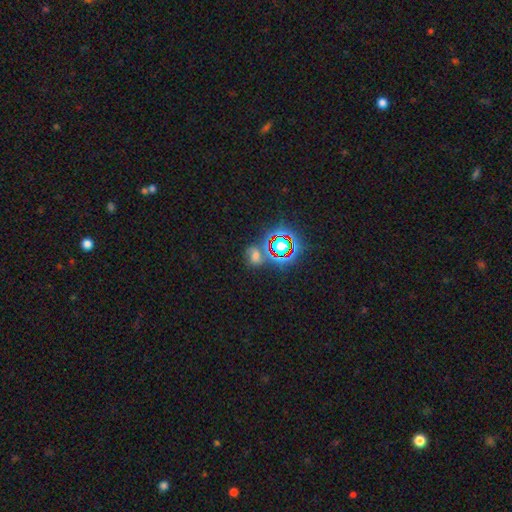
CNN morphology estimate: This is possibly a star or artifact rather than a galaxy (47%).